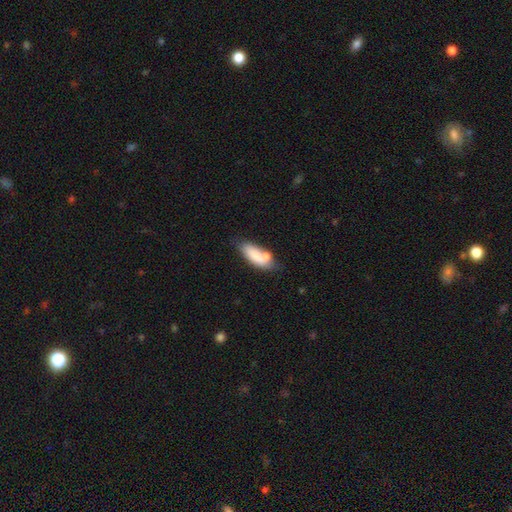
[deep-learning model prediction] Smooth or featured? smooth (77%)
How rounded? in between (75%)
Merging? none (49%)